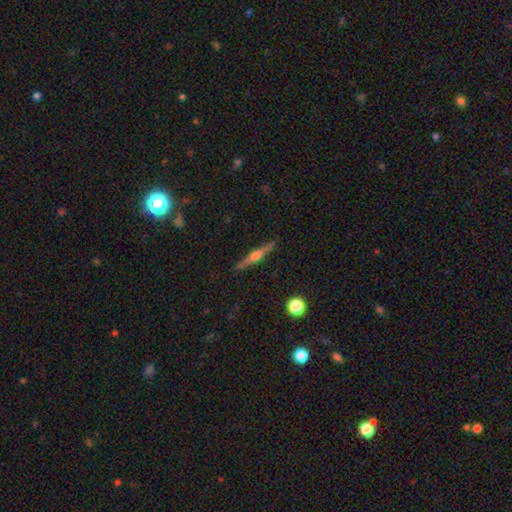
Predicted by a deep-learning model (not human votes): Overall: featured or disk (73%). Edge-on disk: yes (98%). Edge-on bulge: rounded (88%). Merging: none (90%).